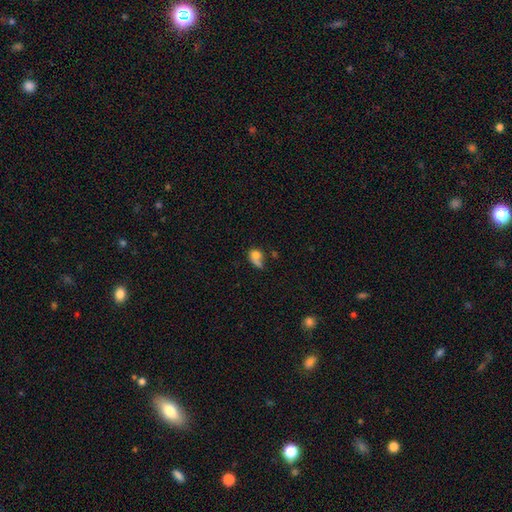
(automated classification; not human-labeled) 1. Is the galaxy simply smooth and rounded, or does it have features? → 68% smooth, 20% featured or disk, 11% star or artifact.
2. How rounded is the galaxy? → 52% in between, 45% round, 3% cigar-shaped.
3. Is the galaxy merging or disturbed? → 29% none, 27% major disturbance, 24% merger, 20% minor disturbance.